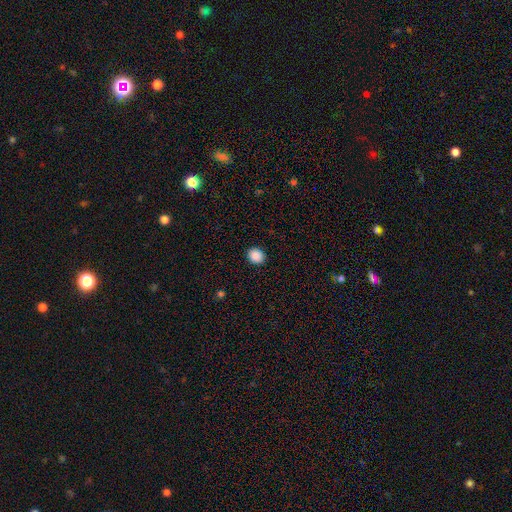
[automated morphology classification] This is clearly a smooth galaxy (88%). How rounded: likely round (70%). Merging: clearly none (91%).